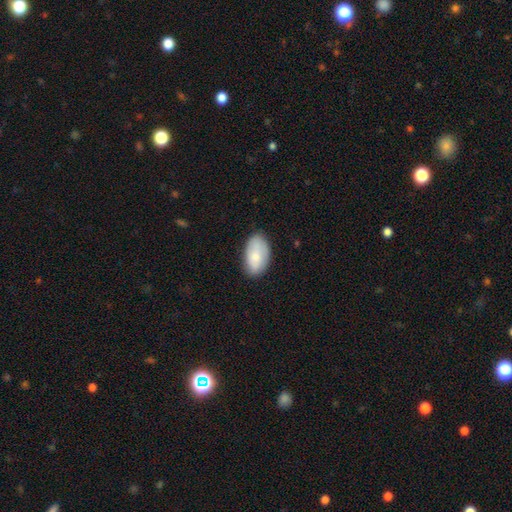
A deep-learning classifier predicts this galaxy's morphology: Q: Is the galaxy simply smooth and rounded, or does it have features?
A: smooth — 79%.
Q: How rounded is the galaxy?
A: in between — 93%.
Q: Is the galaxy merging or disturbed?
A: none — 79%.